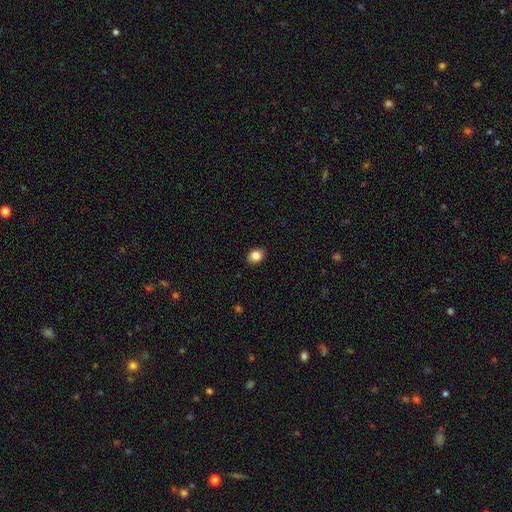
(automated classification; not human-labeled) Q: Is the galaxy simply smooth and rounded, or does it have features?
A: smooth — 85%.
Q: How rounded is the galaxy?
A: in between — 62%.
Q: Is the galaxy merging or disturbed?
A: none — 89%.